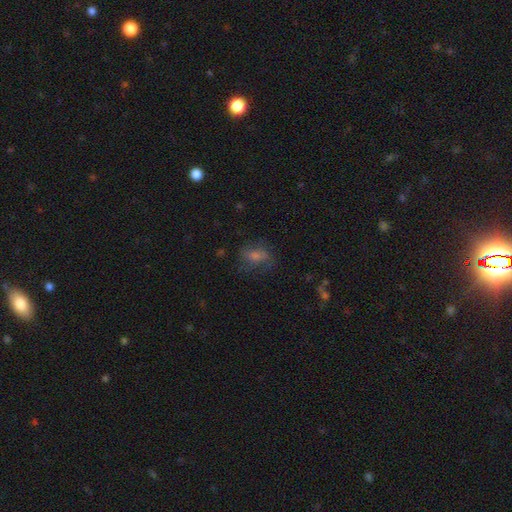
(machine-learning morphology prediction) type=smooth (45%); merging=none (62%).